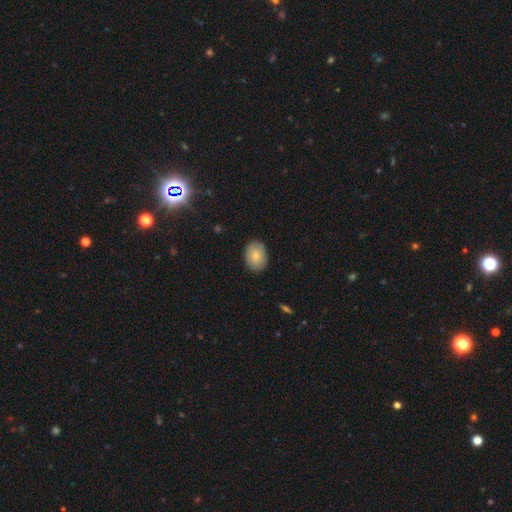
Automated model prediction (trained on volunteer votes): Q: Smooth or featured?
A: smooth (81%); runner-up: featured or disk (11%)
Q: How rounded?
A: in between (68%); runner-up: round (31%)
Q: Merging?
A: none (87%); runner-up: minor disturbance (10%)